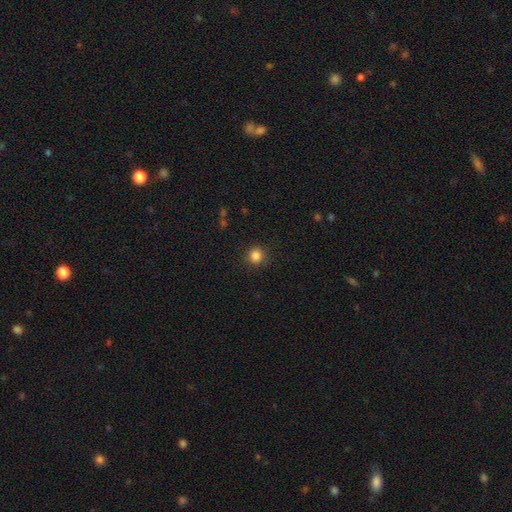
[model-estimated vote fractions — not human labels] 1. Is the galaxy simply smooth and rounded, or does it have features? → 85% smooth, 12% star or artifact, 3% featured or disk.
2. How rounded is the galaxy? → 93% round, 6% in between, 1% cigar-shaped.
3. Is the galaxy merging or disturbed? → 89% none, 7% minor disturbance, 2% major disturbance, 1% merger.